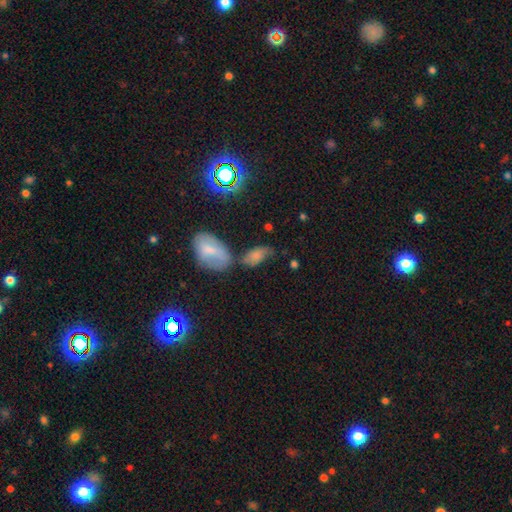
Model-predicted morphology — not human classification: Smooth or featured? smooth (68%)
How rounded? in between (89%)
Merging? none (38%)